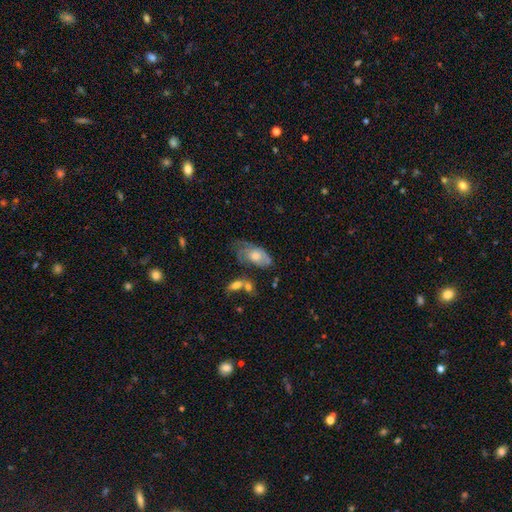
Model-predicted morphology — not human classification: Smooth or featured? Predicted: featured or disk (p=0.58). Edge-on disk? Predicted: no (p=0.89). Bar? Predicted: no (p=0.81). Spiral arms? Predicted: yes (p=0.70). Bulge size? Predicted: moderate (p=0.63). Merging? Predicted: none (p=0.43).